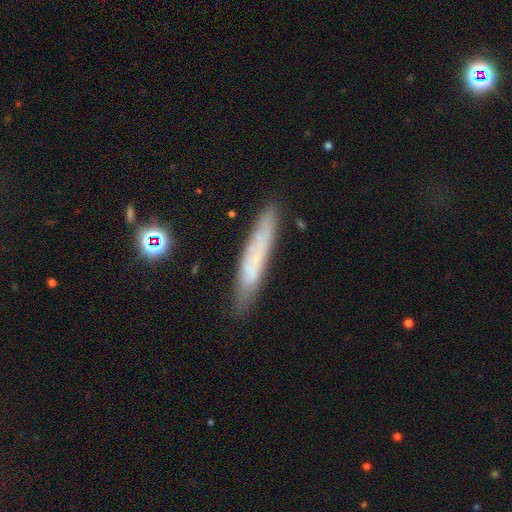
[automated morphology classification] smooth 54%, featured or disk 36%, star or artifact 10%. Down the decision tree: how rounded — cigar-shaped (91%); merging — none (79%).